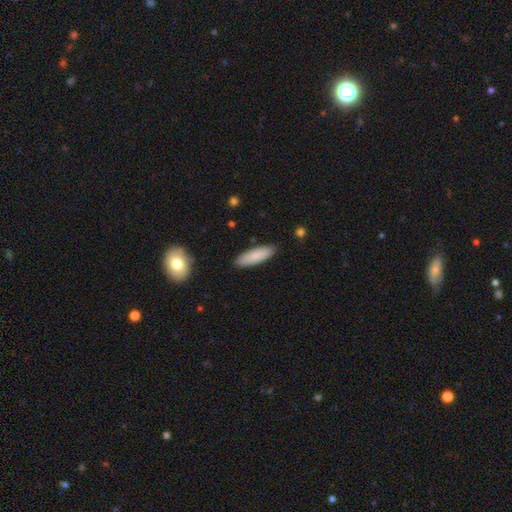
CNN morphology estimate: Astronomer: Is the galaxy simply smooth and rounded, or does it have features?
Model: smooth — 85%.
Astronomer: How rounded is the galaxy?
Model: in between — 51% (runner-up: cigar-shaped, 48%).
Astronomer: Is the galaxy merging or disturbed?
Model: none — 88%.